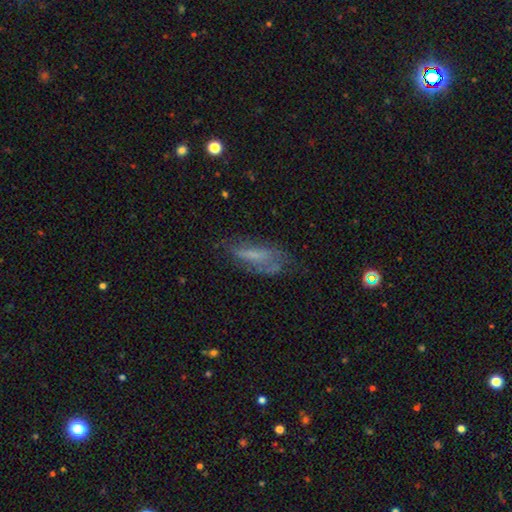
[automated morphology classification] Smooth or featured: smooth — 45% (featured or disk — 42%)
Merging: none — 45% (minor disturbance — 27%)